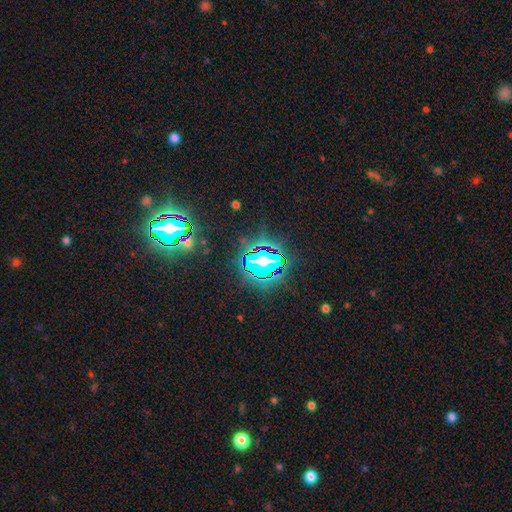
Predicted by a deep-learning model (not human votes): This appears to be a star or artifact, not a galaxy (82%).